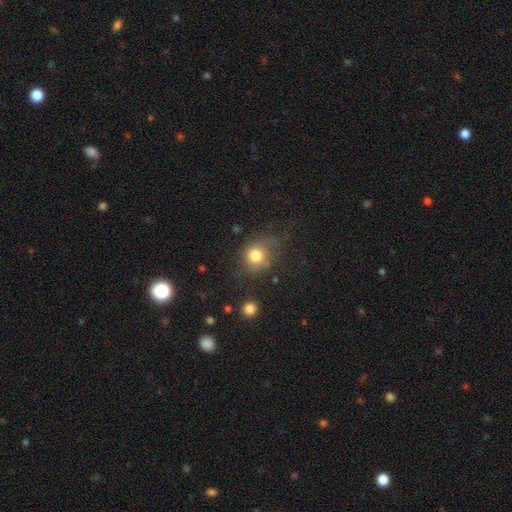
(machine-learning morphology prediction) smooth_or_featured: smooth (p=0.79) [alt: star or artifact p=0.12]
how_rounded: round (p=0.70) [alt: in between p=0.29]
merging: none (p=0.57) [alt: minor disturbance p=0.26]